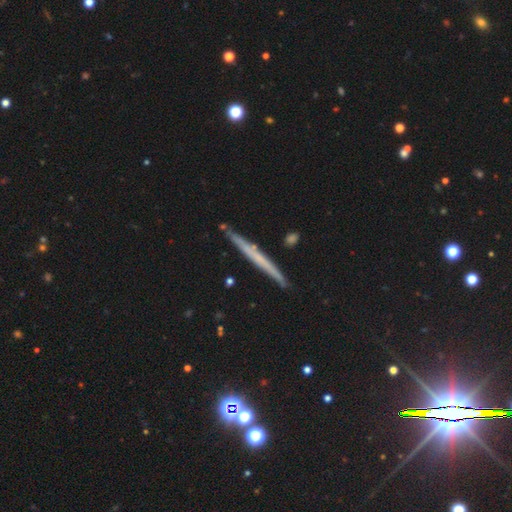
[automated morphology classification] A featured or disk galaxy (56%) viewed edge-on (96%) with no central bulge (85%).

Vote fractions:
- Smooth or featured? featured or disk: 56% / smooth: 36% / star or artifact: 7%
- Edge-on disk? yes: 96% / no: 4%
- Edge-on bulge? none: 85% / rounded: 9% / boxy: 5%
- Merging? none: 87% / minor disturbance: 10% / merger: 2% / major disturbance: 2%